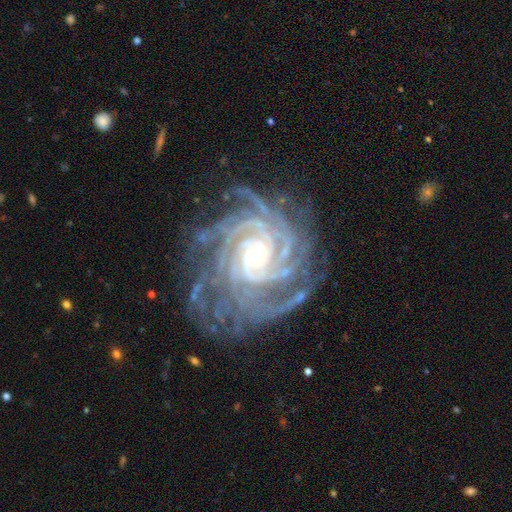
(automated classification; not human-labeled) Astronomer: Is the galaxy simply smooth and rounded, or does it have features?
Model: featured or disk — 93%.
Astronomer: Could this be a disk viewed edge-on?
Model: no — 98%.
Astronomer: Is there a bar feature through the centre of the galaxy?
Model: no — 61%.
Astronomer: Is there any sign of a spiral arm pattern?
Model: yes — 99%.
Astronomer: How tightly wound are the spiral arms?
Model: tight — 80%.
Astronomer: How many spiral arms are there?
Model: more than 4 — 33% (runner-up: 4, 26%).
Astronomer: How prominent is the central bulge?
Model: small — 64%.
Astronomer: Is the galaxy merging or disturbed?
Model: none — 74%.